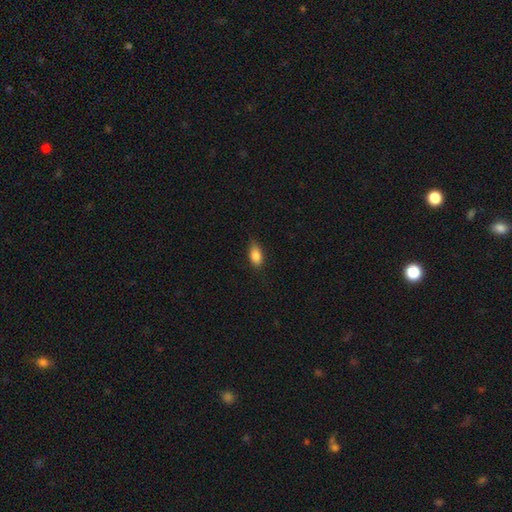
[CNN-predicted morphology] This is clearly a smooth galaxy (84%). How rounded: clearly in between (87%). Merging: likely none (77%).